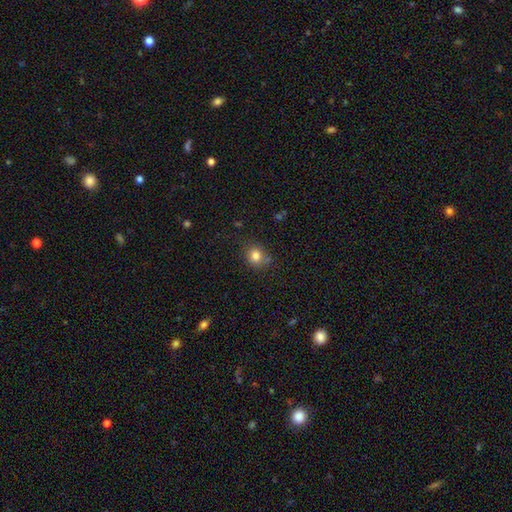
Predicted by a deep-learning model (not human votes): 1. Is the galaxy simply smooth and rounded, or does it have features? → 81% smooth, 12% star or artifact, 7% featured or disk.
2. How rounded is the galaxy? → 77% round, 23% in between, 1% cigar-shaped.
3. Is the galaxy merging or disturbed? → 73% none, 17% minor disturbance, 5% merger, 4% major disturbance.